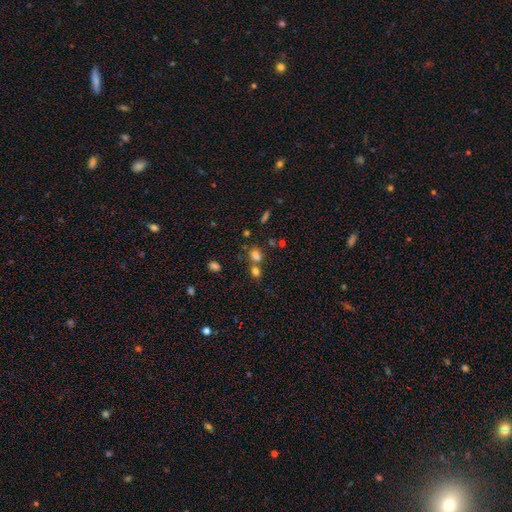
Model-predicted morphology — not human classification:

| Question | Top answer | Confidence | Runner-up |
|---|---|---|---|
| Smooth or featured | smooth | 73% | star or artifact (18%) |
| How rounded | round | 49% | tied: in between (49%) |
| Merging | none | 45% | merger (39%) |